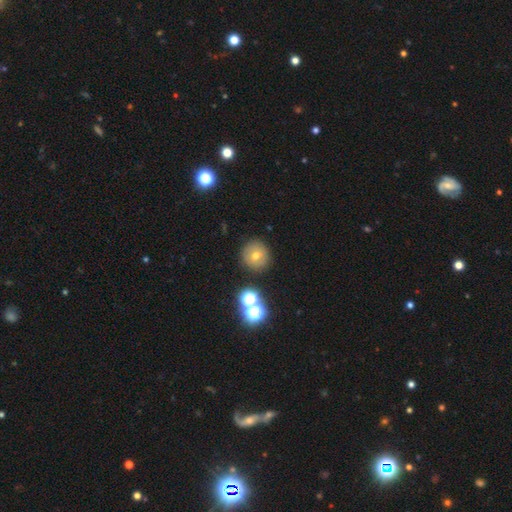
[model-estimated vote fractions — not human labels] smooth_or_featured: smooth (p=0.64) [alt: featured or disk p=0.19]
how_rounded: round (p=0.94) [alt: in between p=0.05]
merging: none (p=0.84) [alt: minor disturbance p=0.08]